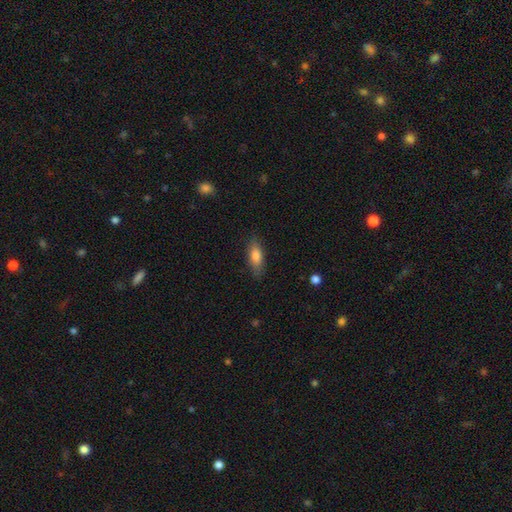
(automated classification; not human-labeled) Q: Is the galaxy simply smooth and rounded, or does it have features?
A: smooth — 80%.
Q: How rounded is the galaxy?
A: in between — 74%.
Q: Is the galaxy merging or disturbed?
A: none — 82%.